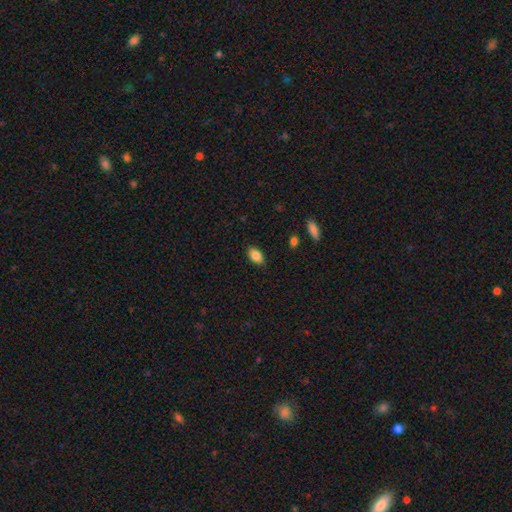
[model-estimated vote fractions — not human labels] This appears to be a smooth galaxy with no disk features (85%) that is in between round and cigar-shaped (92%). Merging: none (85%).